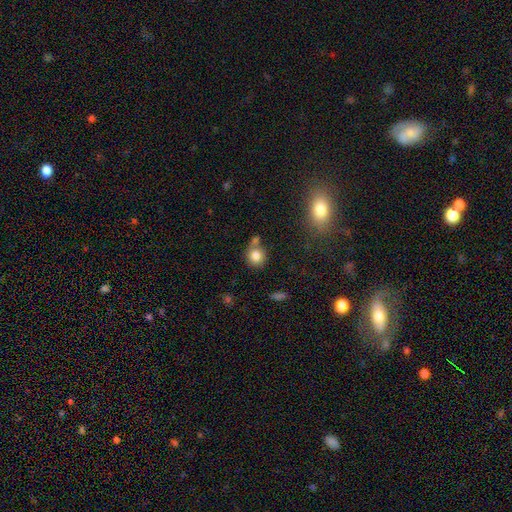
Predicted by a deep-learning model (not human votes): Smooth or featured? smooth (81%)
How rounded? round (84%)
Merging? none (57%)